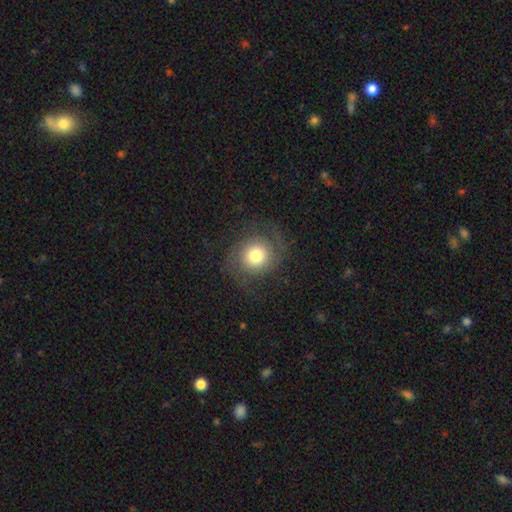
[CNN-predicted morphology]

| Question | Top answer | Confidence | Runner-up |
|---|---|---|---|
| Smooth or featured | smooth | 49% | featured or disk (41%) |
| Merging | none | 73% | minor disturbance (14%) |